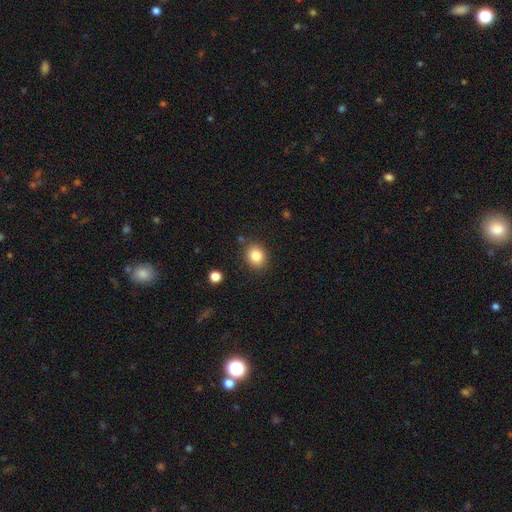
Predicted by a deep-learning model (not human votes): Overall: smooth (83%). How rounded: round (62%; in between 37%). Merging: none (85%).